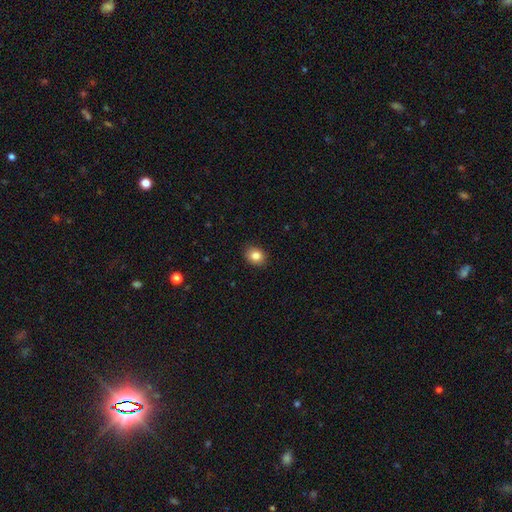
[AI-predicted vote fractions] smooth_or_featured: smooth (p=0.85) [alt: star or artifact p=0.10]
how_rounded: round (p=0.51) [alt: in between p=0.48]
merging: none (p=0.89) [alt: minor disturbance p=0.08]